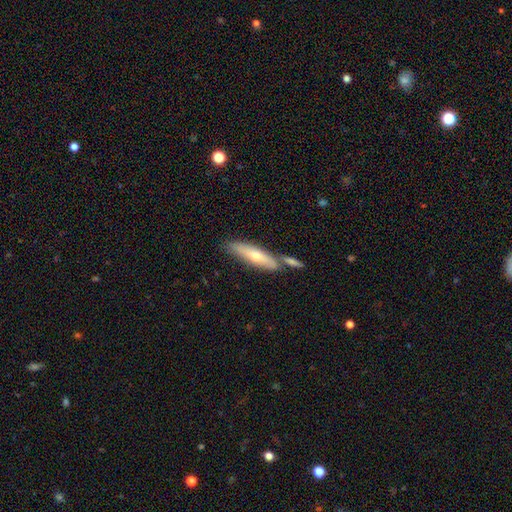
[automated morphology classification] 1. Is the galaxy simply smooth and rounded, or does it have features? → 56% smooth, 38% featured or disk, 6% star or artifact.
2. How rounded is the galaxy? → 74% cigar-shaped, 24% in between, 2% round.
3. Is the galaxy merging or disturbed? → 64% none, 20% merger, 13% minor disturbance, 3% major disturbance.